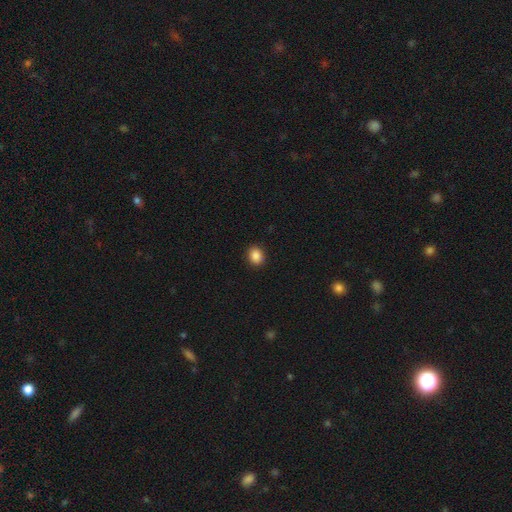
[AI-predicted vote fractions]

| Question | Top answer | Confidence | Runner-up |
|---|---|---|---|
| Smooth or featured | smooth | 88% | star or artifact (9%) |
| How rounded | round | 53% | in between (46%) |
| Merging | none | 90% | minor disturbance (7%) |